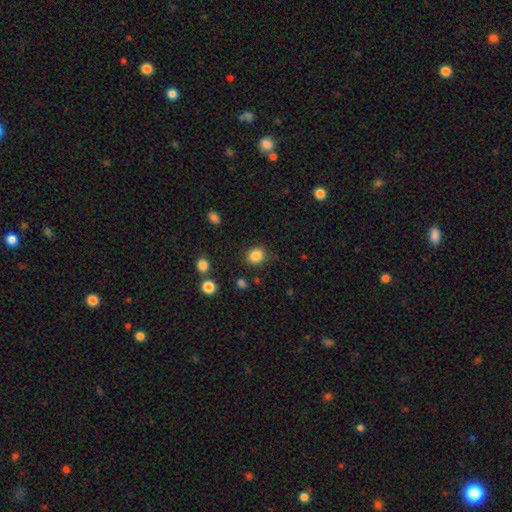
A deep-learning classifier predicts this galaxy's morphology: The model was most divided on "how rounded": round: 74%, in between: 26%, cigar-shaped: 1%. More confident: merging — none (85%); smooth or featured — smooth (84%).